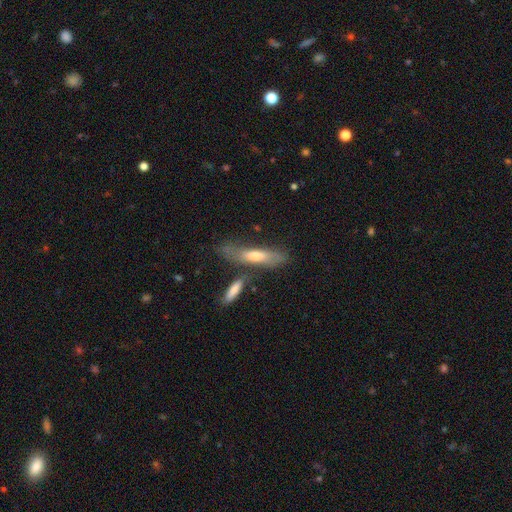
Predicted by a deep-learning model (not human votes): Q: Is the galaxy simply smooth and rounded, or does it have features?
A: smooth — 51%.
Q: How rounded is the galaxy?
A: cigar-shaped — 74%.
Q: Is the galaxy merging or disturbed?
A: none — 55%.